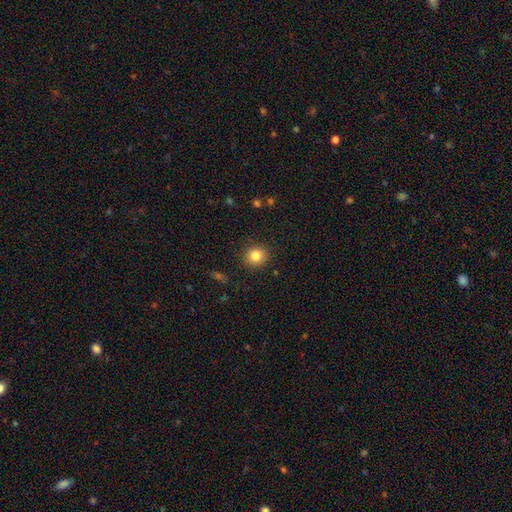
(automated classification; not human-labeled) Q: Smooth or featured?
A: smooth (83%); runner-up: star or artifact (11%)
Q: How rounded?
A: round (87%); runner-up: in between (12%)
Q: Merging?
A: none (90%); runner-up: minor disturbance (6%)